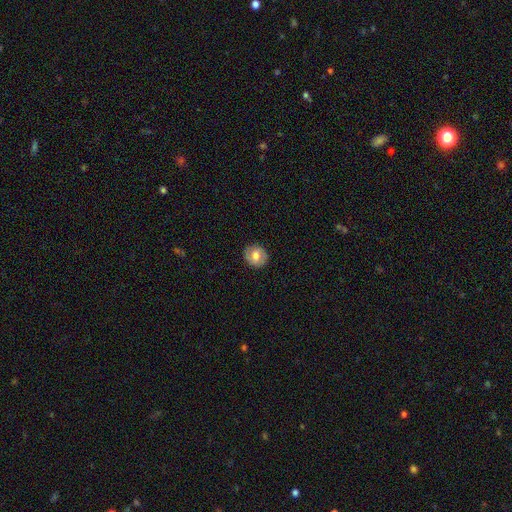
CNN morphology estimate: A smooth galaxy with no disk features (59%) that is round (80%).

Vote fractions:
- Smooth or featured? smooth: 59% / featured or disk: 33% / star or artifact: 8%
- How rounded? round: 80% / in between: 19% / cigar-shaped: 1%
- Merging? none: 87% / minor disturbance: 10% / major disturbance: 3% / merger: 1%